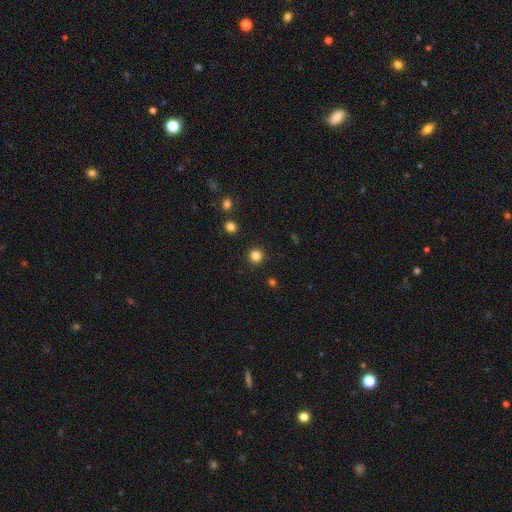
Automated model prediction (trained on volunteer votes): A smooth galaxy with no disk features (83%) that is round (95%).

Vote fractions:
- Smooth or featured? smooth: 83% / star or artifact: 13% / featured or disk: 4%
- How rounded? round: 95% / in between: 4% / cigar-shaped: 1%
- Merging? none: 92% / minor disturbance: 5% / major disturbance: 2% / merger: 2%